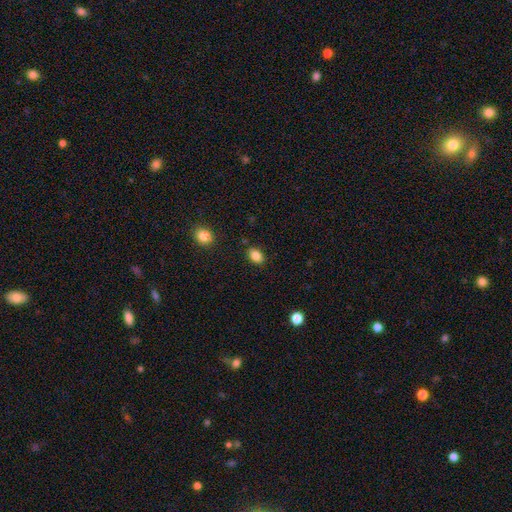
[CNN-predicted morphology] type=smooth (86%); roundness=in between (80%); merging=none (84%).